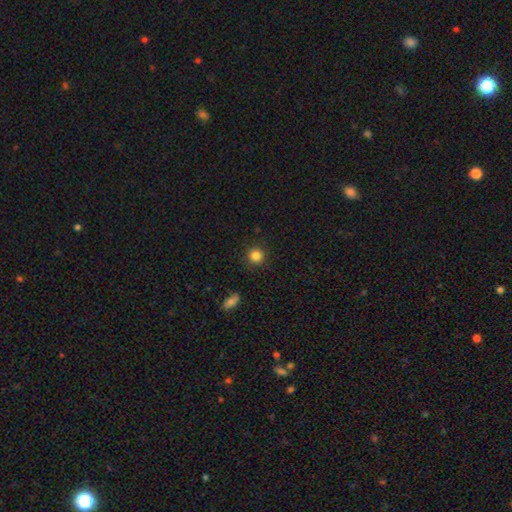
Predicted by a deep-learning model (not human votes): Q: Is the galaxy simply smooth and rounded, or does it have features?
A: smooth — 84%.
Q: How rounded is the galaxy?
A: round — 94%.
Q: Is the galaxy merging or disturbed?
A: none — 91%.